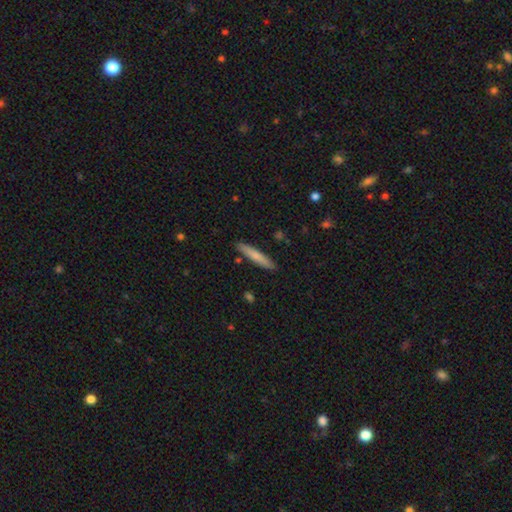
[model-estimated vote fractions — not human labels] This appears to be a smooth galaxy with no disk features (69%) that is cigar-shaped (92%). Merging: none (89%).